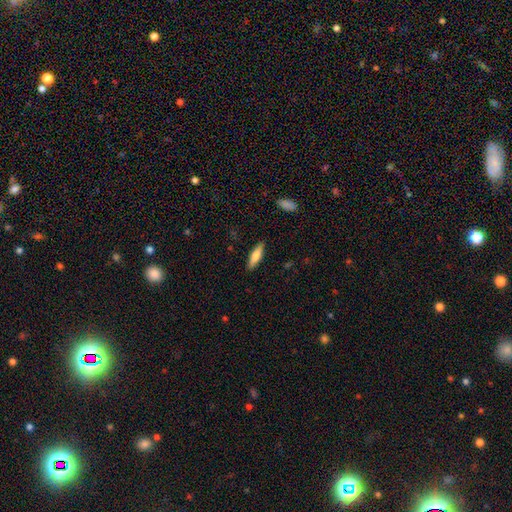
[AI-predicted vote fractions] This is likely a smooth galaxy (71%). How rounded: possibly cigar-shaped (60%). Merging: clearly none (88%).